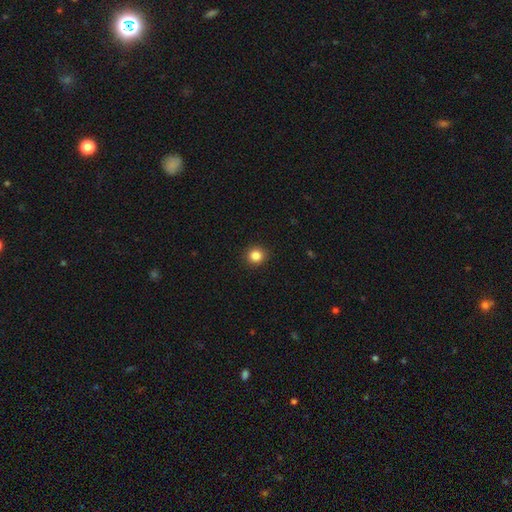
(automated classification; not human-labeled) Smooth or featured? smooth (85%)
How rounded? round (92%)
Merging? none (92%)